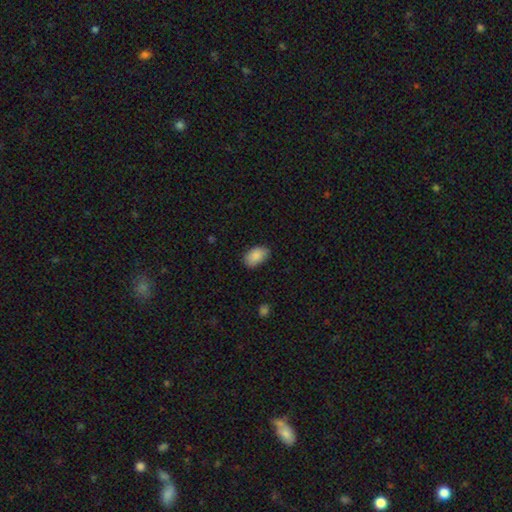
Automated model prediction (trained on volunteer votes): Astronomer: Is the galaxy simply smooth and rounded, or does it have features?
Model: smooth — 88%.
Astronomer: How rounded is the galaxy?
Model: in between — 91%.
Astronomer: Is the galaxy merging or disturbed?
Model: none — 78%.